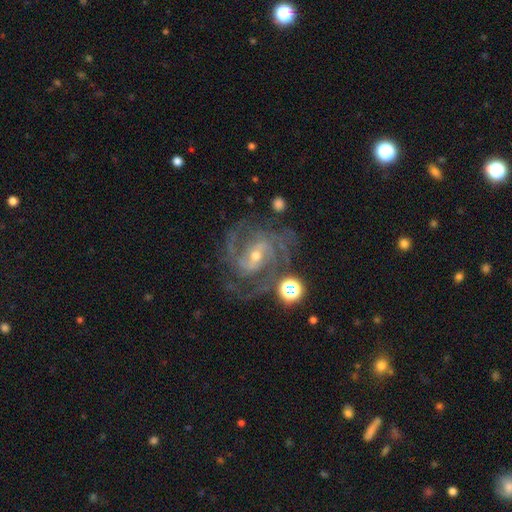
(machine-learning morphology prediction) smooth-or-featured: featured or disk: 89% | star or artifact: 7% | smooth: 4%
  disk-edge-on: no: 97% | yes: 3%
    bar: weak: 47% | no: 28% | strong: 26%
    has-spiral-arms: yes: 97% | no: 3%
      spiral-winding: medium: 49% | tight: 41% | loose: 10%
      spiral-arm-count: 2: 37% | 3: 27% | can't tell: 16% | 4: 10% | more than 4: 5% | 1: 5%
    bulge-size: small: 58% | moderate: 38% | large: 1% | none: 1% | dominant: 1%
  merging: none: 67% | minor disturbance: 17% | major disturbance: 12% | merger: 4%